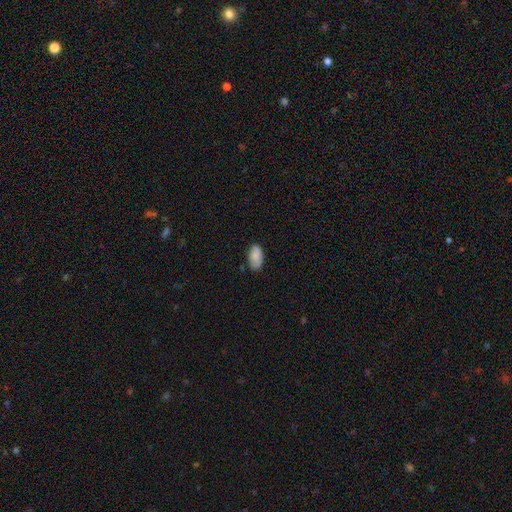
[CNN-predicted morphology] Smooth or featured: smooth — 85% (featured or disk — 8%)
How rounded: in between — 94% (round — 4%)
Merging: none — 74% (minor disturbance — 20%)